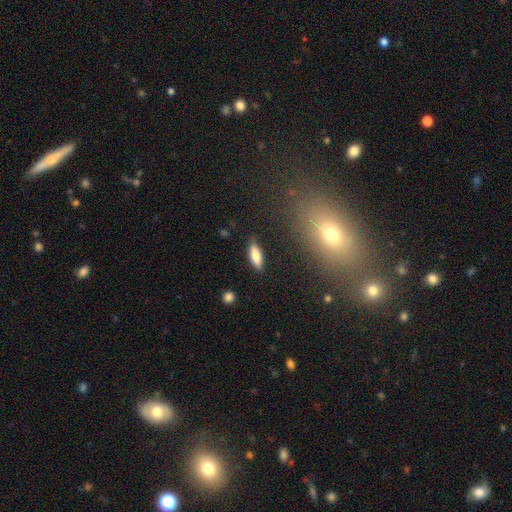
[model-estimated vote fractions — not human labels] Smooth or featured?
  - smooth: 79% *
  - featured or disk: 14%
  - star or artifact: 7%
How rounded?
  - in between: 50% *
  - cigar-shaped: 48%
  - round: 2%
Merging?
  - none: 84% *
  - minor disturbance: 11%
  - major disturbance: 3%
  - merger: 2%